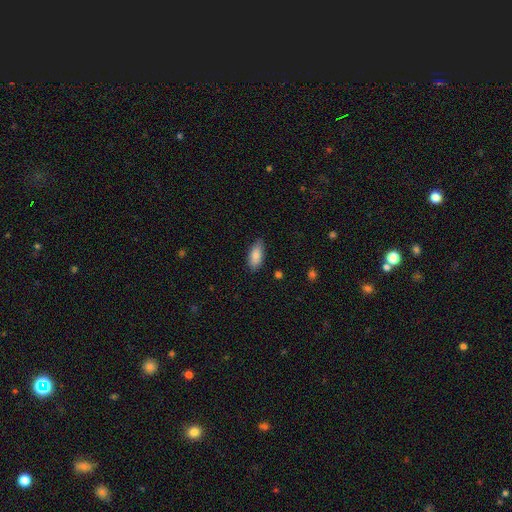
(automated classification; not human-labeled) Smooth or featured?
  - smooth: 85% *
  - featured or disk: 9%
  - star or artifact: 6%
How rounded?
  - in between: 83% *
  - cigar-shaped: 15%
  - round: 2%
Merging?
  - none: 81% *
  - minor disturbance: 15%
  - major disturbance: 2%
  - merger: 1%